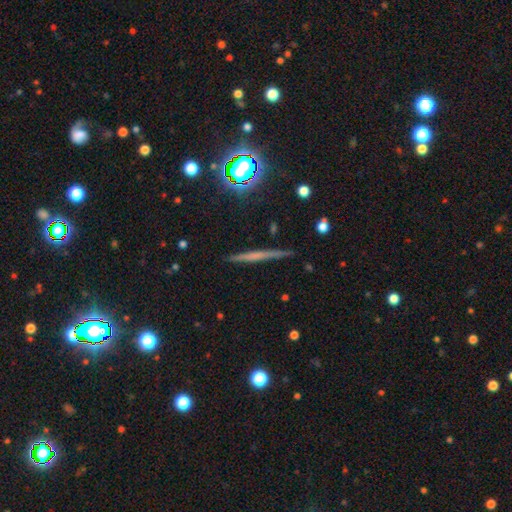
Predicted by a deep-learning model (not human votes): A featured or disk galaxy (52%) viewed edge-on (96%) with no central bulge (76%). Merging: none (89%).